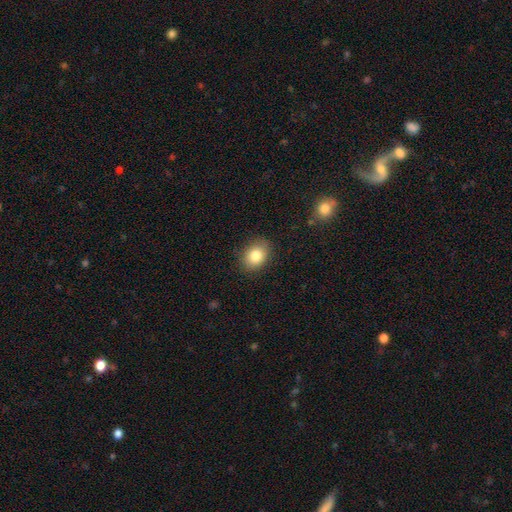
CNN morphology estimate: This appears to be a smooth galaxy with no disk features (82%) that is in between round and cigar-shaped (61%). Merging: none (85%).